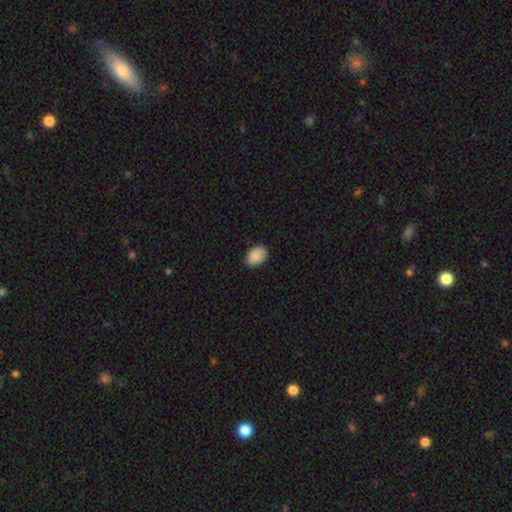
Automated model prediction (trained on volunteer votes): A smooth galaxy with no disk features (90%) that is in between round and cigar-shaped (80%). Merging: none (84%).